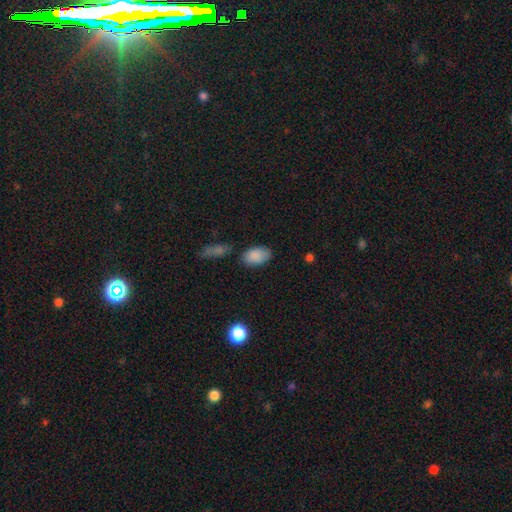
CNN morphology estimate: Smooth or featured?
  - smooth: 88% *
  - star or artifact: 8%
  - featured or disk: 5%
How rounded?
  - in between: 92% *
  - round: 6%
  - cigar-shaped: 1%
Merging?
  - none: 76% *
  - minor disturbance: 15%
  - merger: 6%
  - major disturbance: 4%